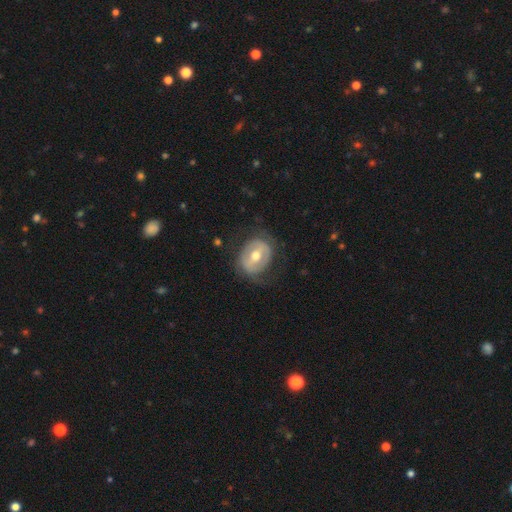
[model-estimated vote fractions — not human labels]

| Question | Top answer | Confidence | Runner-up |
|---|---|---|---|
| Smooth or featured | featured or disk | 65% | smooth (30%) |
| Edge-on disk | no | 95% | yes (5%) |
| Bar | strong | 41% | weak (37%) |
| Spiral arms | no | 62% | yes (38%) |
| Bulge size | moderate | 76% | small (16%) |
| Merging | none | 71% | minor disturbance (17%) |